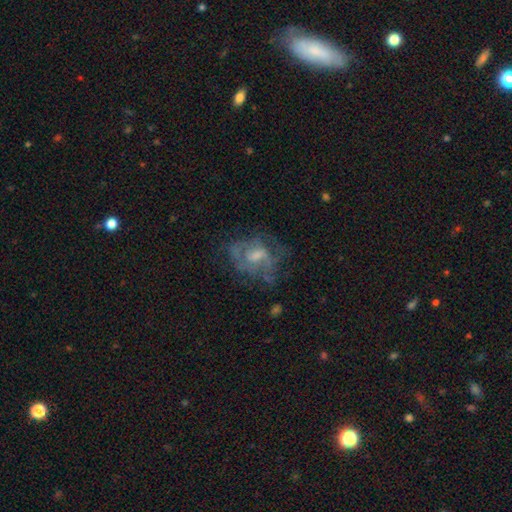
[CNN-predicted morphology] A featured or disk galaxy (63%) with no bar (54%), no spiral arms (51%) and a moderate central bulge (45%). Merging: none (52%).